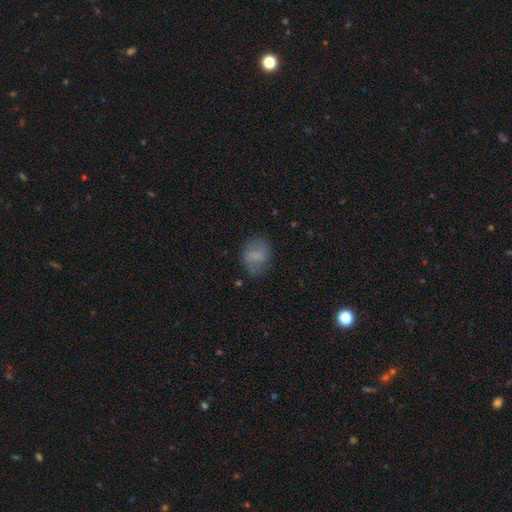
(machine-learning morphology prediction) A smooth galaxy with no disk features (70%) that is in between round and cigar-shaped (53%). Merging: none (72%).